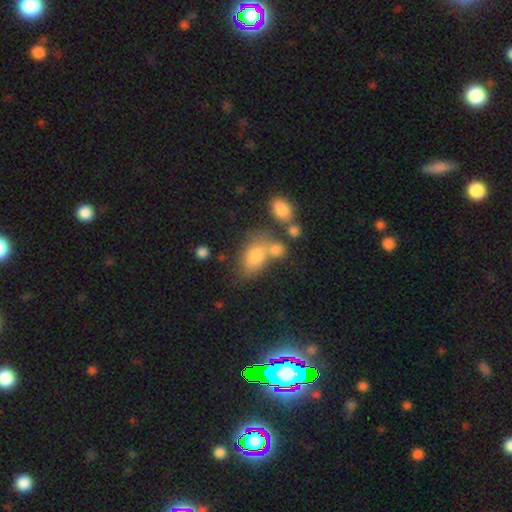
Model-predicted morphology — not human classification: type=smooth (74%); roundness=in between (82%); merging=none (44%).